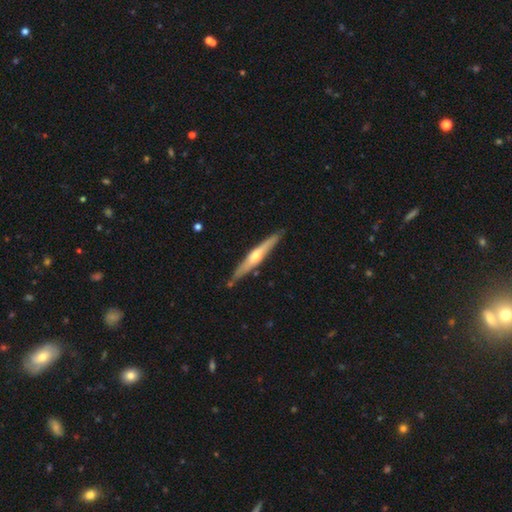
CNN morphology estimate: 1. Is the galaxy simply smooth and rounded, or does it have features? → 66% featured or disk, 29% smooth, 5% star or artifact.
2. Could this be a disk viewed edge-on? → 96% yes, 4% no.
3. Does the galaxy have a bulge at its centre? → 83% rounded, 11% none, 6% boxy.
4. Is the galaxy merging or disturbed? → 84% none, 11% minor disturbance, 2% merger, 2% major disturbance.